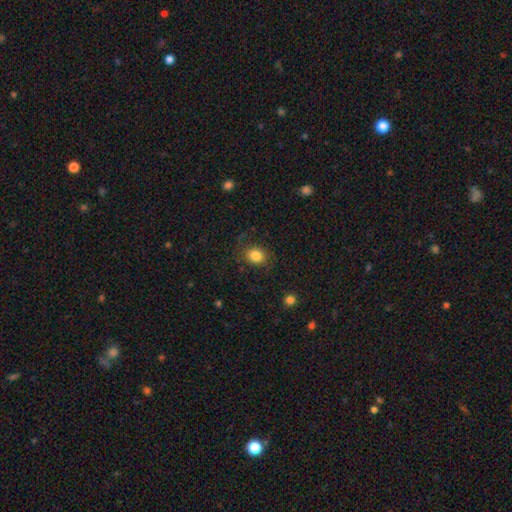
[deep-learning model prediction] Smooth or featured? Predicted: smooth (p=0.84). How rounded? Predicted: round (p=0.67). Merging? Predicted: none (p=0.81).